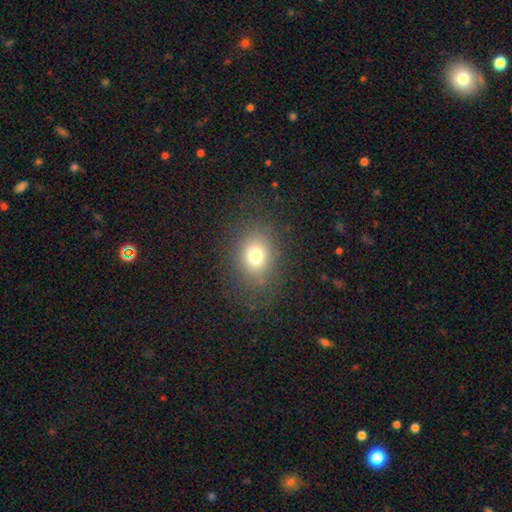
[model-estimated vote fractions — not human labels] smooth-or-featured: smooth: 74% | star or artifact: 15% | featured or disk: 12%
  how-rounded: round: 51% | in between: 48% | cigar-shaped: 1%
  merging: none: 81% | minor disturbance: 11% | major disturbance: 7% | merger: 1%